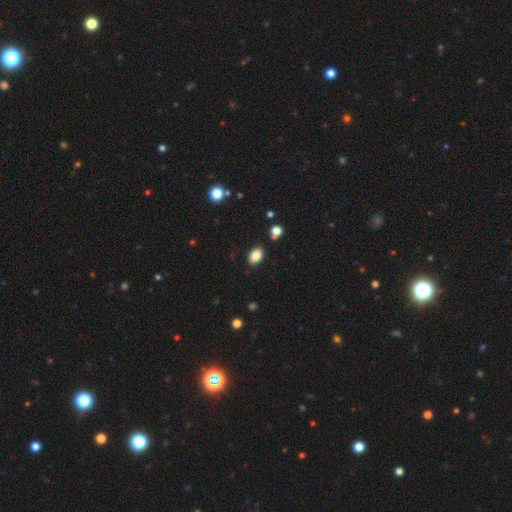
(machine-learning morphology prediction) A smooth galaxy with no disk features (85%) that is in between round and cigar-shaped (84%). Merging: none (86%).